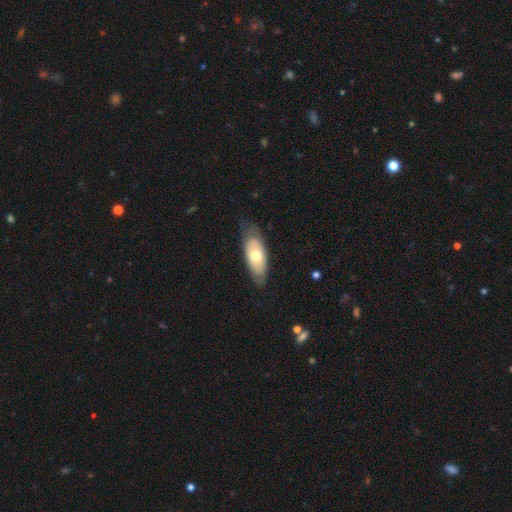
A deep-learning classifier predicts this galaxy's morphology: type=smooth (59%); roundness=in between (82%); merging=none (72%).